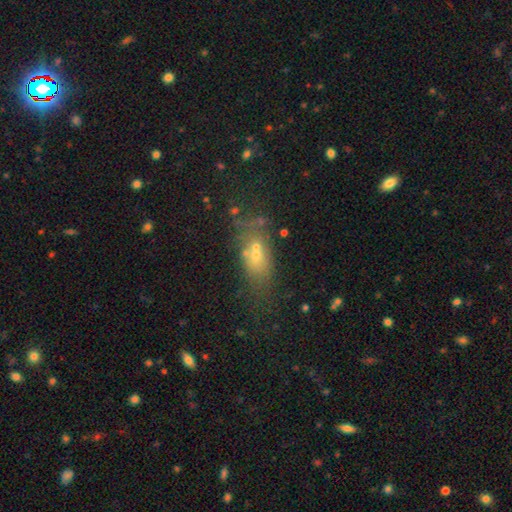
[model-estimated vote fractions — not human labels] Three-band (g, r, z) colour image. It shows a smooth galaxy with no disk features (53%) that is in between round and cigar-shaped (72%). Merging: none (44%).